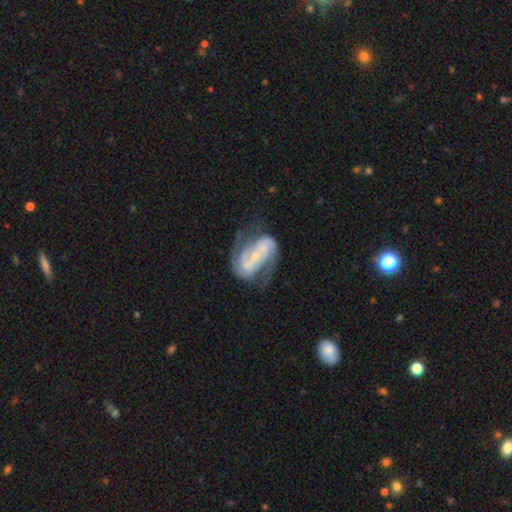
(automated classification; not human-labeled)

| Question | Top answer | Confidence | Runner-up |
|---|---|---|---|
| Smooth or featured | featured or disk | 85% | smooth (9%) |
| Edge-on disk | no | 96% | yes (4%) |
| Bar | strong | 49% | weak (30%) |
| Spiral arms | yes | 93% | no (7%) |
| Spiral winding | medium | 48% | tight (28%) |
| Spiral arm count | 2 | 88% | can't tell (6%) |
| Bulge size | small | 68% | moderate (23%) |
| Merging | none | 62% | minor disturbance (19%) |